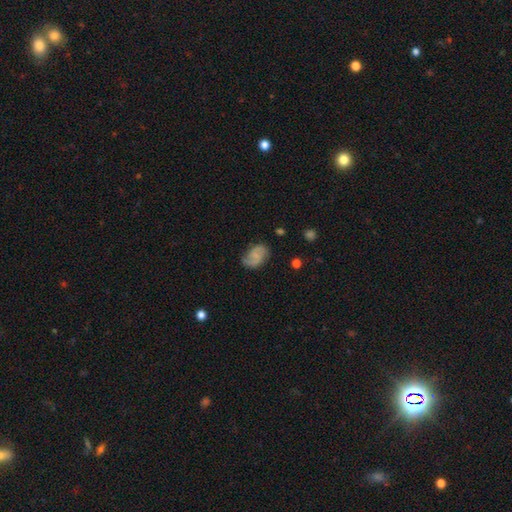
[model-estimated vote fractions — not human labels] A featured or disk galaxy (61%) with no bar (52%), 2 (80%) medium (43%) spiral arms (92%) and no central bulge (55%). Merging: none (69%).